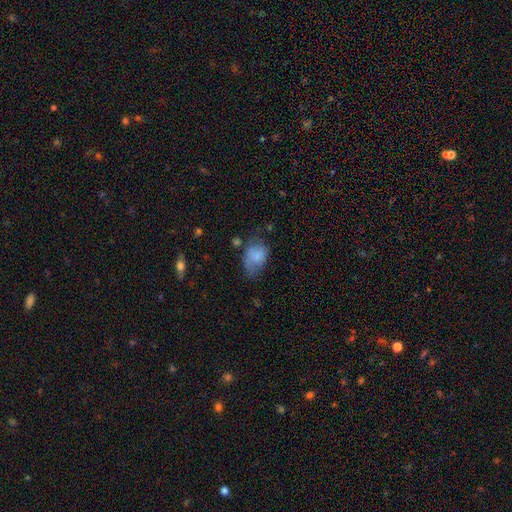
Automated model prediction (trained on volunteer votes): smooth_or_featured: smooth (p=0.76) [alt: featured or disk p=0.16]
how_rounded: in between (p=0.79) [alt: round p=0.20]
merging: minor disturbance (p=0.37) [alt: none p=0.36]